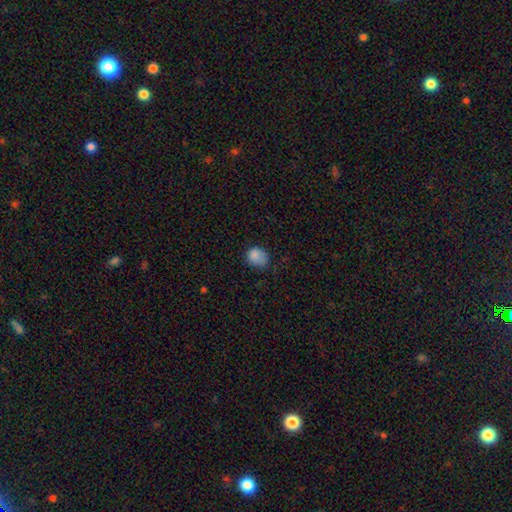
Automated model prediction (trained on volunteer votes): Overall: smooth (84%). How rounded: round (62%; in between 37%). Merging: none (54%; minor disturbance 33%).